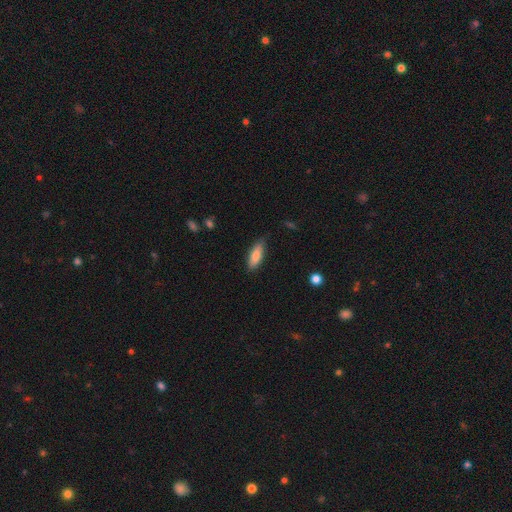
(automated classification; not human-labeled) Smooth or featured? Predicted: smooth (p=0.82). How rounded? Predicted: in between (p=0.64). Merging? Predicted: none (p=0.83).